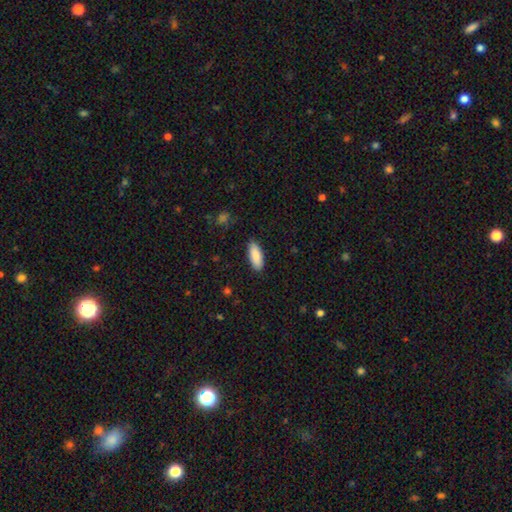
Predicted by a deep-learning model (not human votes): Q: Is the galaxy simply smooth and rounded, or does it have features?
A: smooth — 87%.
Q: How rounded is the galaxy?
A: in between — 75%.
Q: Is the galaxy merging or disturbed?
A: none — 89%.